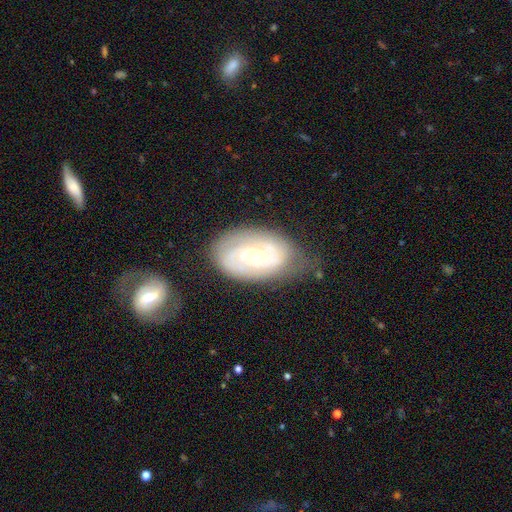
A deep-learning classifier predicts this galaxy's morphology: This is likely a featured or disk galaxy (78%). It is clearly not viewed edge-on (96%). Bar: possibly no (53%). Spiral arm pattern: clearly yes (90%). Spiral arm count: possibly 2 (55%). Spiral winding: possibly tight (57%). Central bulge: possibly moderate (56%). Merging: likely none (62%).